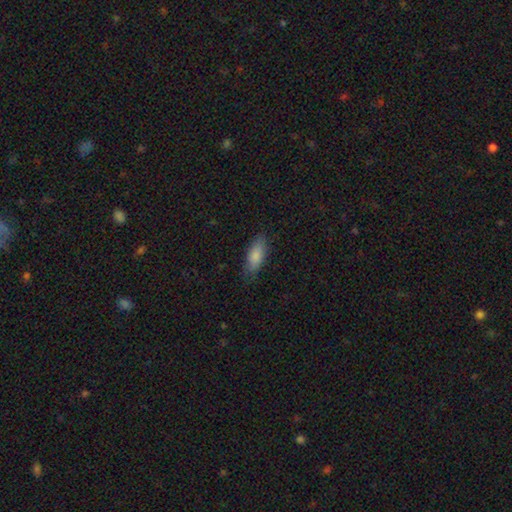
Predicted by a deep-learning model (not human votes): Smooth or featured: smooth — 85% (featured or disk — 8%)
How rounded: in between — 75% (cigar-shaped — 23%)
Merging: none — 81% (minor disturbance — 15%)